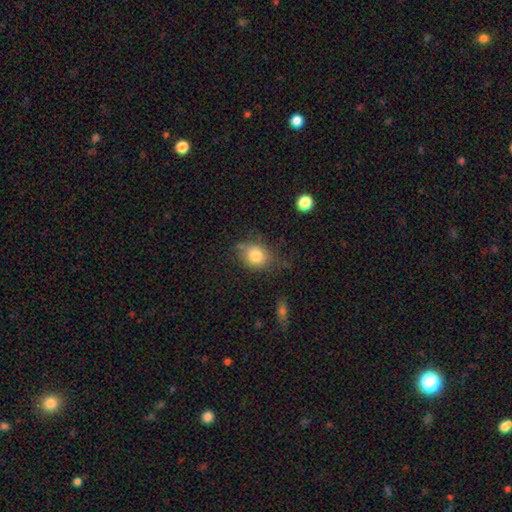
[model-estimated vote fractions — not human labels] The model was most divided on "how rounded": round: 53%, in between: 46%, cigar-shaped: 1%. More confident: smooth or featured — smooth (80%); merging — none (66%).